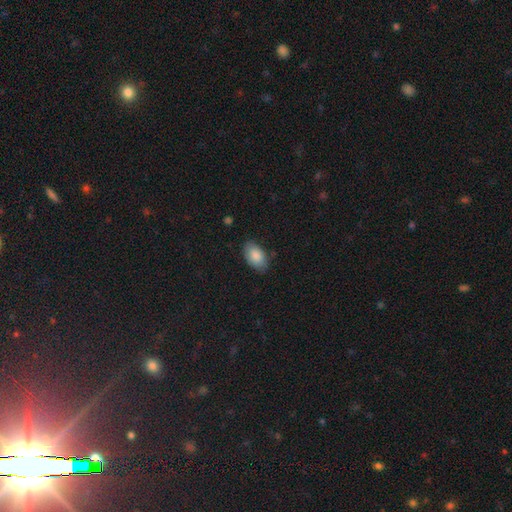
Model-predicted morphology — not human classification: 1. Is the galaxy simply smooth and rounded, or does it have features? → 85% smooth, 9% featured or disk, 6% star or artifact.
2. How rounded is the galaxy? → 94% in between, 5% round, 1% cigar-shaped.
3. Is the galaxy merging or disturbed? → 78% none, 18% minor disturbance, 3% major disturbance, 1% merger.